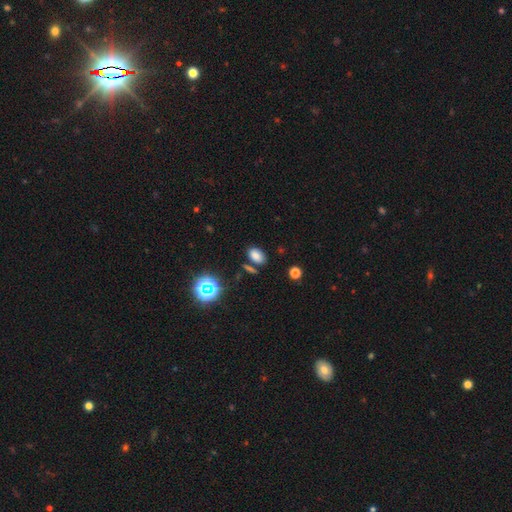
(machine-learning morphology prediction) Q: Smooth or featured?
A: smooth (76%); runner-up: star or artifact (17%)
Q: How rounded?
A: in between (86%); runner-up: round (12%)
Q: Merging?
A: none (78%); runner-up: minor disturbance (11%)